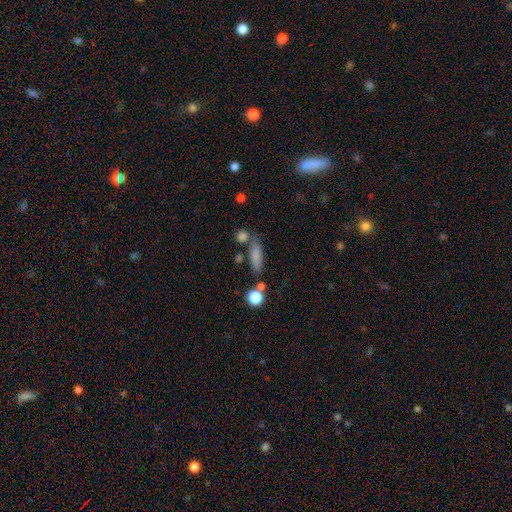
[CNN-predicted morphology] Smooth or featured?
  - smooth: 79% *
  - featured or disk: 12%
  - star or artifact: 10%
How rounded?
  - cigar-shaped: 59% *
  - in between: 37%
  - round: 5%
Merging?
  - none: 69% *
  - minor disturbance: 14%
  - merger: 12%
  - major disturbance: 5%